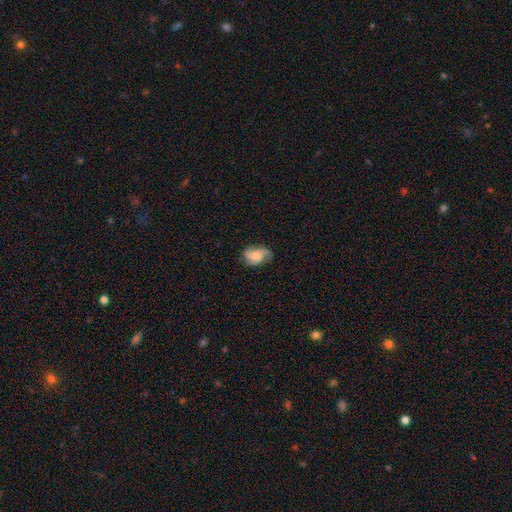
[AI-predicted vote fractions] smooth-or-featured: featured or disk: 56% | smooth: 35% | star or artifact: 8%
  disk-edge-on: no: 97% | yes: 3%
    bar: no: 65% | weak: 30% | strong: 6%
    has-spiral-arms: yes: 92% | no: 8%
      spiral-winding: medium: 41% | loose: 39% | tight: 21%
      spiral-arm-count: 2: 56% | 1: 14% | 3: 14% | can't tell: 11% | 4: 2% | more than 4: 2%
    bulge-size: none: 32% | moderate: 24% | small: 22% | large: 18% | dominant: 4%
  merging: none: 62% | minor disturbance: 24% | major disturbance: 13% | merger: 2%